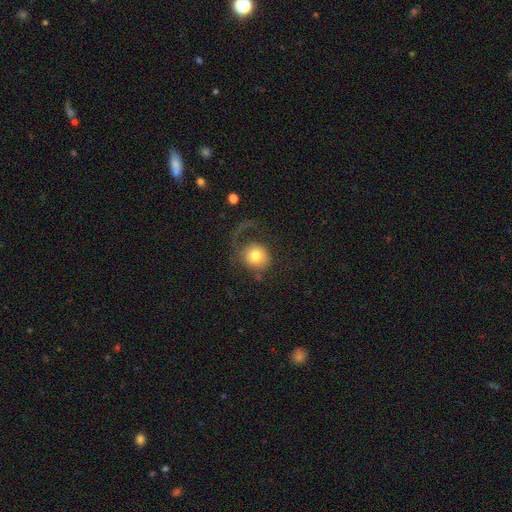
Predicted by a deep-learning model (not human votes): smooth 66%, featured or disk 25%, star or artifact 9%. Down the decision tree: how rounded — round (83%); merging — major disturbance (43%).